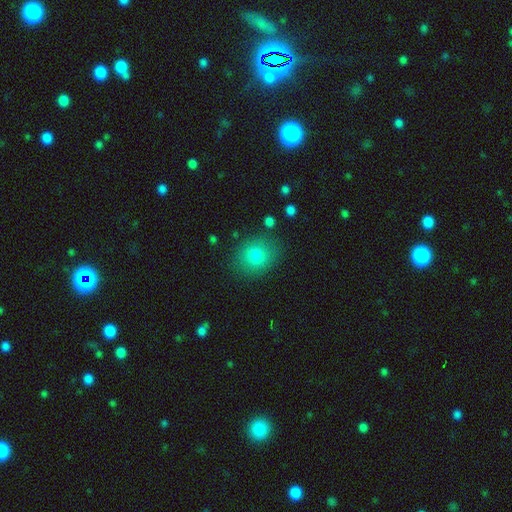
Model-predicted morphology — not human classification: Smooth or featured? smooth (79%)
How rounded? round (65%)
Merging? none (82%)